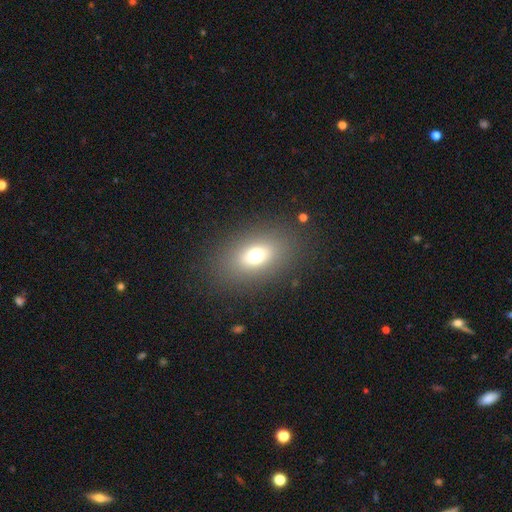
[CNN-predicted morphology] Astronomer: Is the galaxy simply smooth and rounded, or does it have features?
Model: smooth — 66%.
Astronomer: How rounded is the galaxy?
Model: in between — 72%.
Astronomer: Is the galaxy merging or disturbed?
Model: none — 84%.